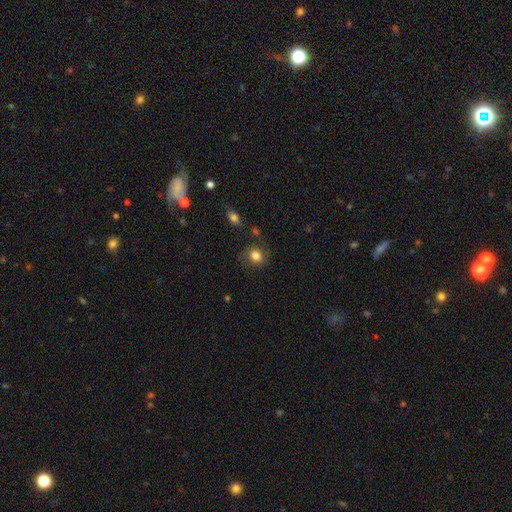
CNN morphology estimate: smooth-or-featured: smooth: 80% | featured or disk: 11% | star or artifact: 9%
  how-rounded: round: 68% | in between: 31% | cigar-shaped: 1%
  merging: none: 73% | minor disturbance: 17% | major disturbance: 7% | merger: 4%